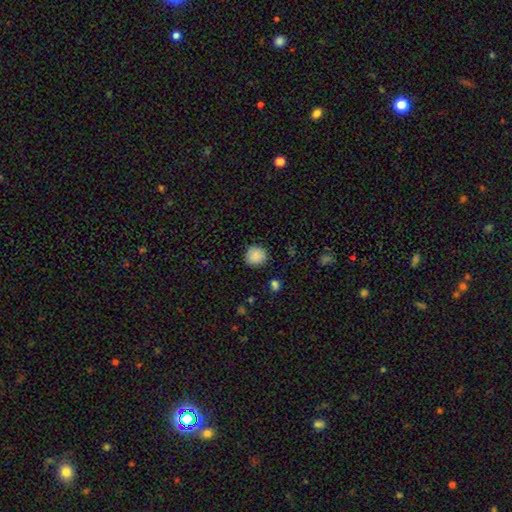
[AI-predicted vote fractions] smooth-or-featured: smooth: 87% | star or artifact: 8% | featured or disk: 5%
  how-rounded: round: 89% | in between: 10% | cigar-shaped: 1%
  merging: none: 86% | minor disturbance: 10% | major disturbance: 2% | merger: 1%